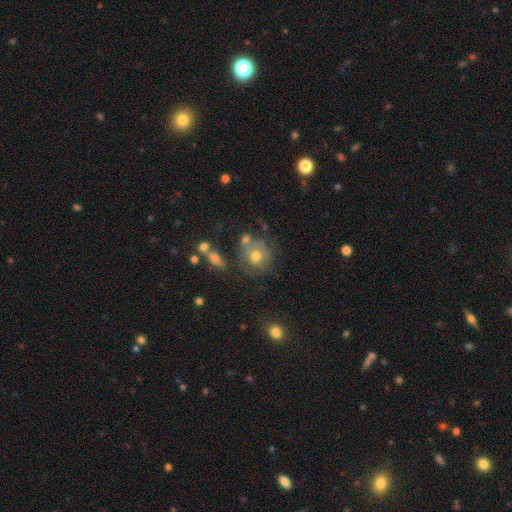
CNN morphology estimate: smooth_or_featured: smooth (p=0.59) [alt: featured or disk p=0.29]
how_rounded: round (p=0.82) [alt: in between p=0.17]
merging: none (p=0.55) [alt: minor disturbance p=0.20]